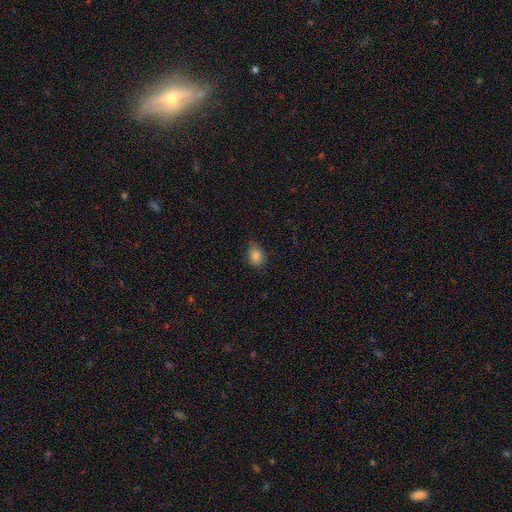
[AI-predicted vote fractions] This is clearly a smooth galaxy (83%). How rounded: likely in between (65%). Merging: likely none (75%).